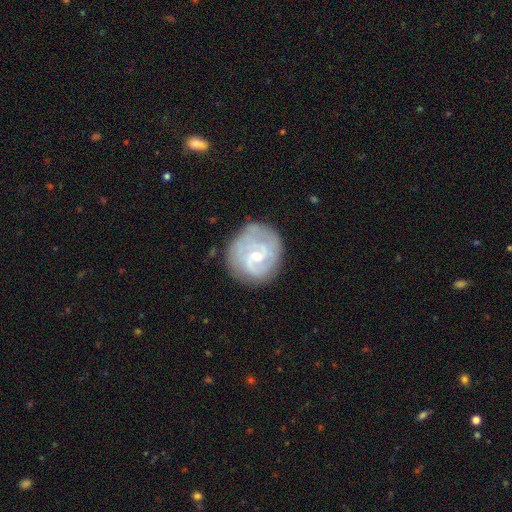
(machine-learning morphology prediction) A featured or disk galaxy (77%) with a weak bar (51%), 2 (48%) tight (48%) spiral arms (90%) and a small central bulge (52%).

Vote fractions:
- Smooth or featured? featured or disk: 77% / smooth: 17% / star or artifact: 6%
- Edge-on disk? no: 98% / yes: 2%
- Bar? weak: 51% / no: 40% / strong: 9%
- Spiral arms? yes: 90% / no: 10%
- Spiral winding? tight: 48% / medium: 37% / loose: 14%
- Spiral arm count? 2: 48% / can't tell: 27% / 3: 12% / 1: 7% / 4: 3% / more than 4: 3%
- Bulge size? small: 52% / moderate: 43% / none: 2% / large: 2% / dominant: 1%
- Merging? none: 71% / minor disturbance: 18% / major disturbance: 9% / merger: 2%